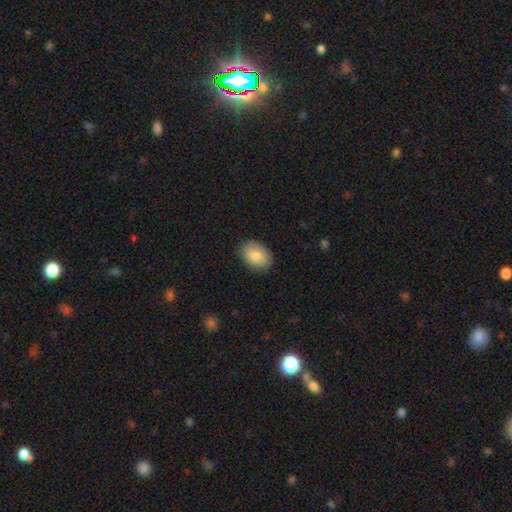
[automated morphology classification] Smooth or featured?
  - smooth: 82% *
  - featured or disk: 12%
  - star or artifact: 7%
How rounded?
  - in between: 77% *
  - round: 22%
  - cigar-shaped: 1%
Merging?
  - none: 84% *
  - minor disturbance: 13%
  - major disturbance: 3%
  - merger: 1%